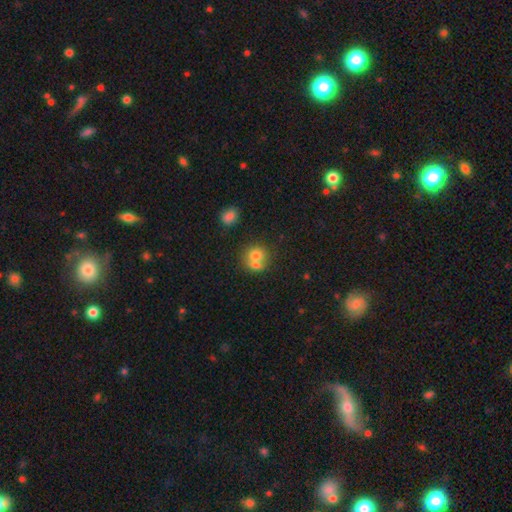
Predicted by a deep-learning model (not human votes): The model was most divided on "merging": merger: 56%, none: 33%, minor disturbance: 8%, major disturbance: 3%. More confident: how rounded — round (77%); smooth or featured — smooth (71%).